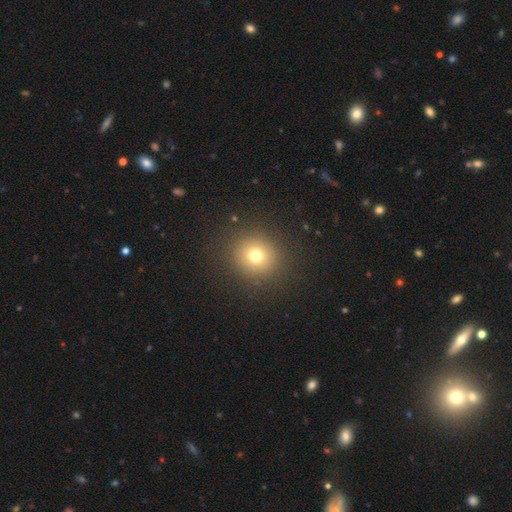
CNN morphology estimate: Smooth or featured?
  - smooth: 72% *
  - star or artifact: 17%
  - featured or disk: 11%
How rounded?
  - round: 92% *
  - in between: 7%
  - cigar-shaped: 1%
Merging?
  - none: 88% *
  - minor disturbance: 7%
  - major disturbance: 4%
  - merger: 1%